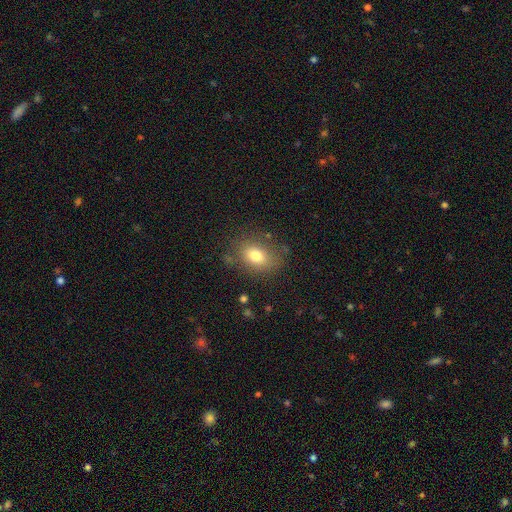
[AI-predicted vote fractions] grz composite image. It shows a smooth galaxy with no disk features (78%) that is in between round and cigar-shaped (72%). Merging: none (77%).